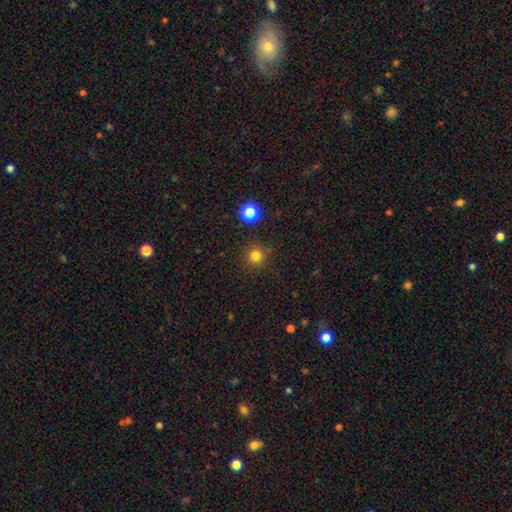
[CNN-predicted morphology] smooth 80%, star or artifact 15%, featured or disk 5%. Down the decision tree: how rounded — round (94%); merging — none (88%).